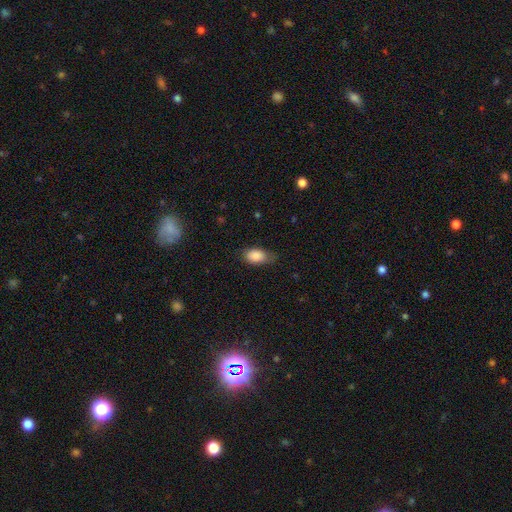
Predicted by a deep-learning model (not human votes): Q: Smooth or featured?
A: smooth (87%); runner-up: star or artifact (7%)
Q: How rounded?
A: in between (89%); runner-up: round (8%)
Q: Merging?
A: none (66%); runner-up: minor disturbance (27%)